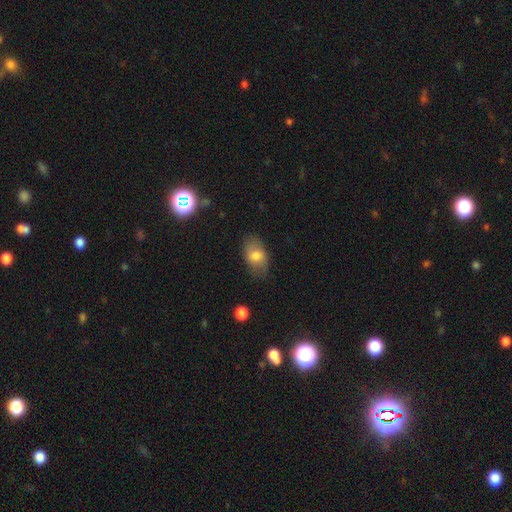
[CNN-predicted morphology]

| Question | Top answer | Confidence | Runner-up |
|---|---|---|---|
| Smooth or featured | smooth | 73% | featured or disk (19%) |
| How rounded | in between | 89% | round (10%) |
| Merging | none | 76% | minor disturbance (18%) |